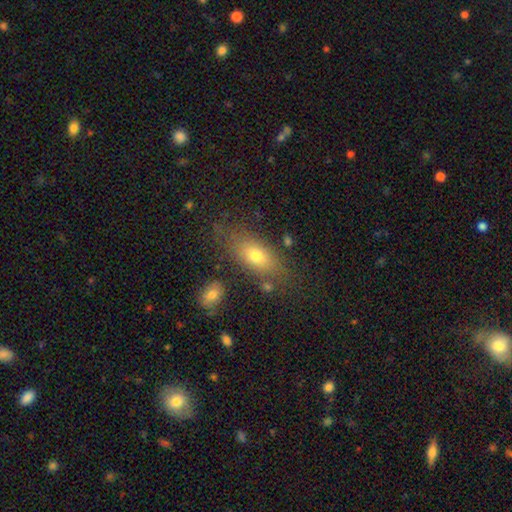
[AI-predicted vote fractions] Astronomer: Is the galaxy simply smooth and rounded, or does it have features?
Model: smooth — 70%.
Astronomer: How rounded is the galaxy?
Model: in between — 79%.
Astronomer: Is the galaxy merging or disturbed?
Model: none — 71%.